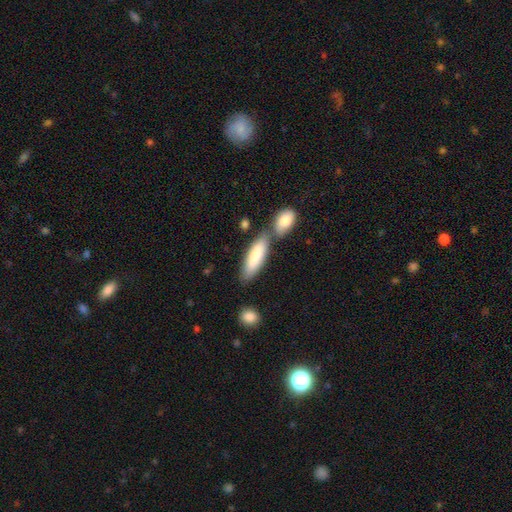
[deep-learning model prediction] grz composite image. It shows a smooth galaxy with no disk features (82%) that is cigar-shaped (51%). Merging: none (56%).